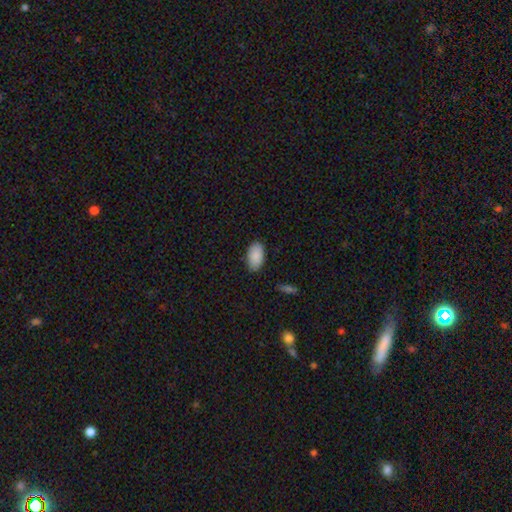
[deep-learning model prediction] A smooth galaxy with no disk features (90%) that is in between round and cigar-shaped (95%). Merging: none (86%).